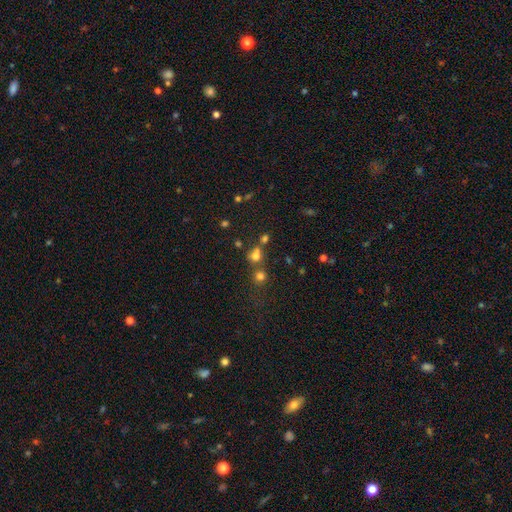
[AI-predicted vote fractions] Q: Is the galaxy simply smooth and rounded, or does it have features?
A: smooth — 65%.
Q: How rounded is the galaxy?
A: round — 85%.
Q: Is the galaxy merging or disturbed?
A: none — 55%.